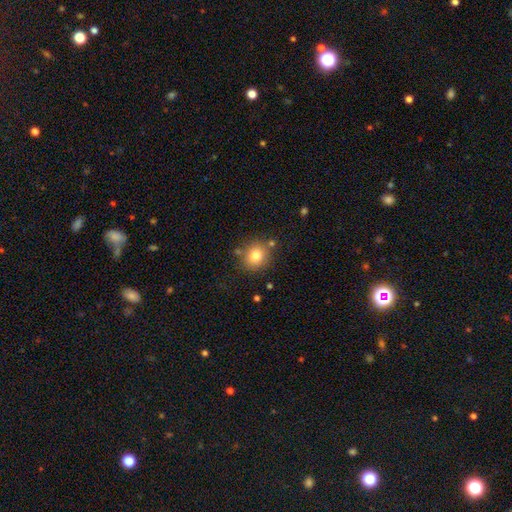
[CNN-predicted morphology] Q: Smooth or featured?
A: smooth (79%); runner-up: star or artifact (11%)
Q: How rounded?
A: round (80%); runner-up: in between (19%)
Q: Merging?
A: none (81%); runner-up: minor disturbance (11%)